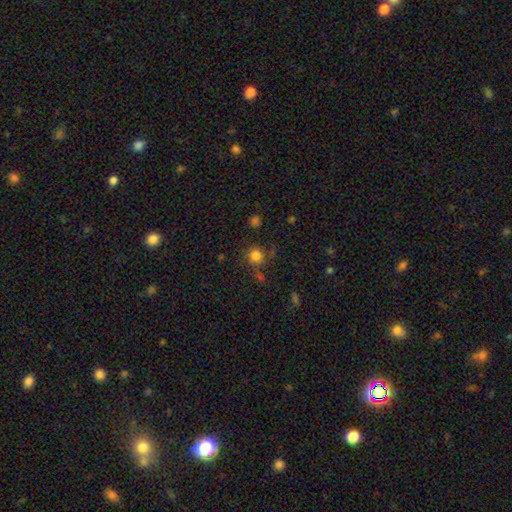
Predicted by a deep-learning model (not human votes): This appears to be a smooth galaxy with no disk features (80%) that is round (91%). Merging: none (72%).